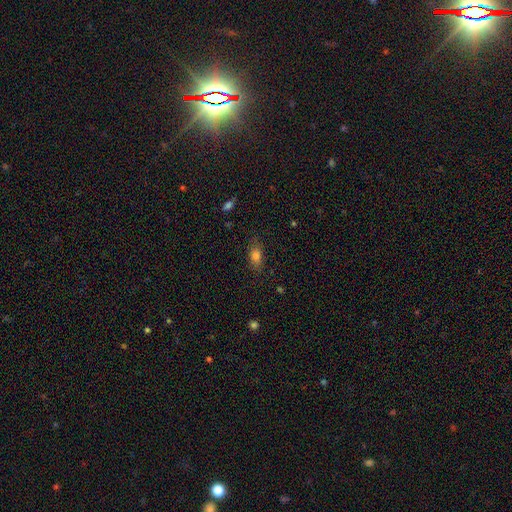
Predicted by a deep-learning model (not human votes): smooth 79%, star or artifact 11%, featured or disk 10%. Down the decision tree: how rounded — in between (80%); merging — none (78%).